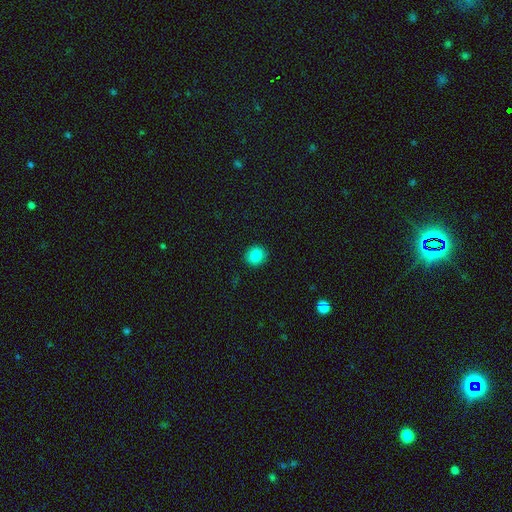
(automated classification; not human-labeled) This appears to be a smooth galaxy with no disk features (86%) that is round (87%). Merging: none (92%).